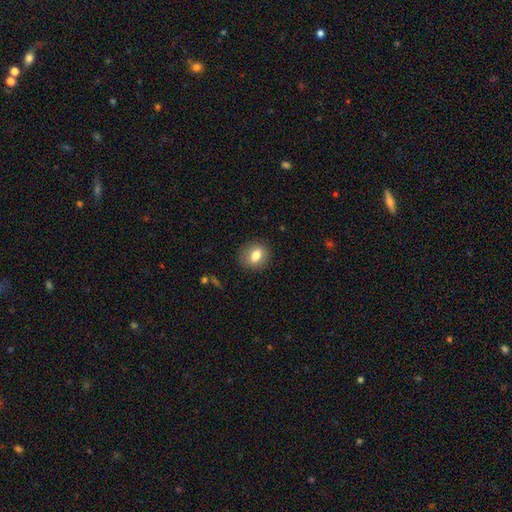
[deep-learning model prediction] Smooth or featured? Predicted: smooth (p=0.79). How rounded? Predicted: round (p=0.61). Merging? Predicted: none (p=0.87).